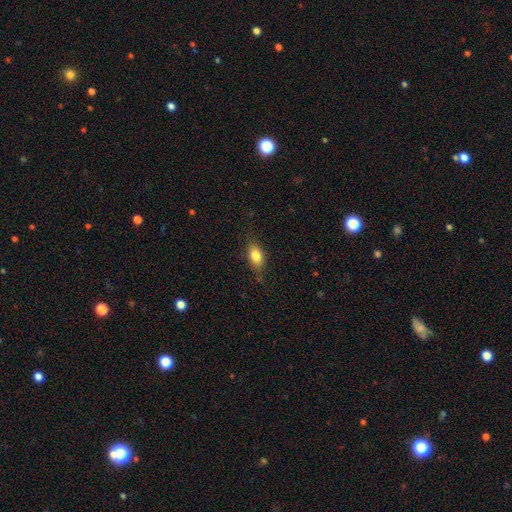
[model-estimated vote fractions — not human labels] Overall: smooth (82%). How rounded: in between (85%). Merging: none (77%).